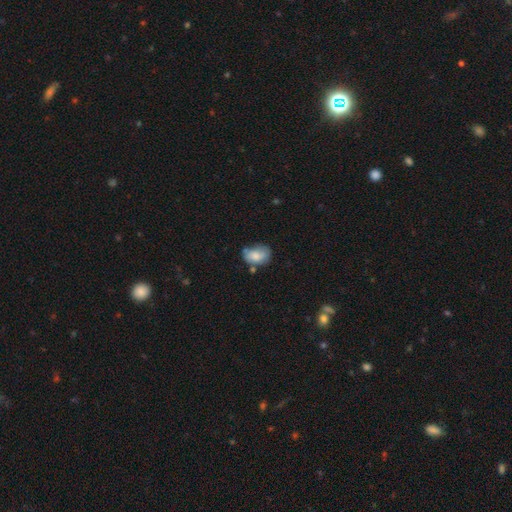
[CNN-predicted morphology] smooth 70%, featured or disk 22%, star or artifact 8%. Down the decision tree: how rounded — in between (76%); merging — none (46%).